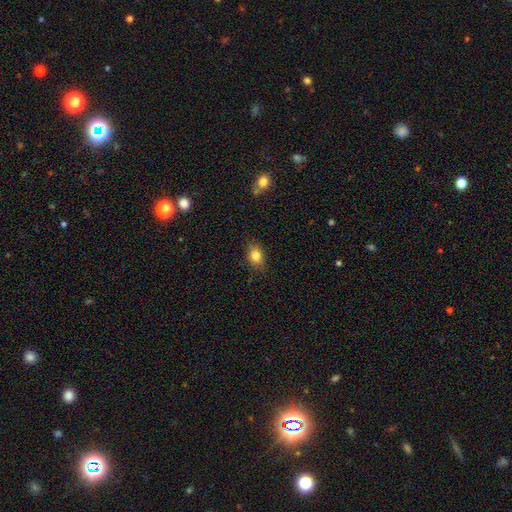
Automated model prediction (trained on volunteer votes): Q: Smooth or featured?
A: smooth (82%); runner-up: star or artifact (10%)
Q: How rounded?
A: in between (69%); runner-up: round (29%)
Q: Merging?
A: none (83%); runner-up: minor disturbance (13%)